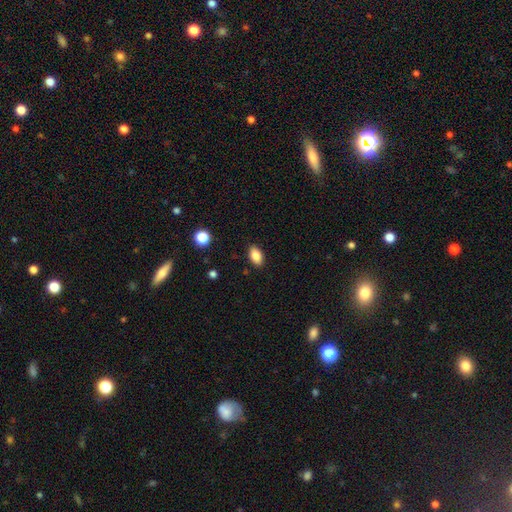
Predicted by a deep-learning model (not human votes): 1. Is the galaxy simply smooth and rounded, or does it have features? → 85% smooth, 9% star or artifact, 6% featured or disk.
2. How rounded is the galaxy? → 90% in between, 8% round, 3% cigar-shaped.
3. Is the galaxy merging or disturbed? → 88% none, 9% minor disturbance, 2% major disturbance, 1% merger.